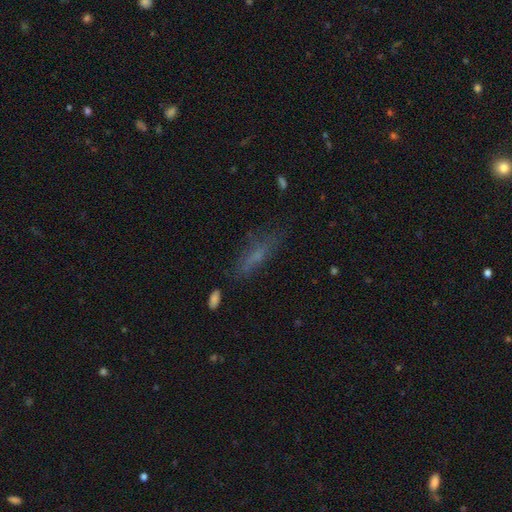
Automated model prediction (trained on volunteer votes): Morphology: type=smooth (54%); roundness=cigar-shaped (57%); merging=none (67%).